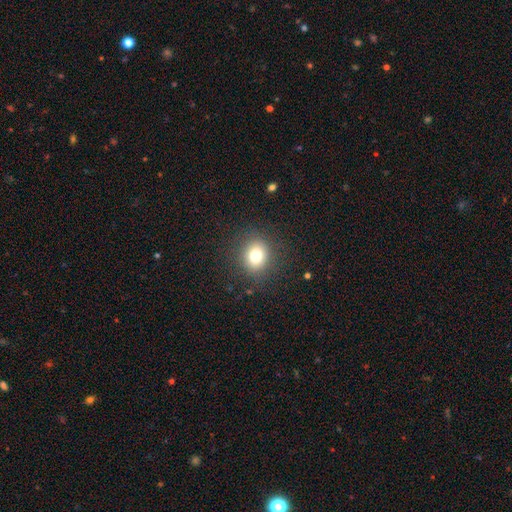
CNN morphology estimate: smooth-or-featured: smooth: 76% | star or artifact: 13% | featured or disk: 10%
  how-rounded: round: 75% | in between: 24% | cigar-shaped: 1%
  merging: none: 86% | minor disturbance: 9% | major disturbance: 4% | merger: 1%